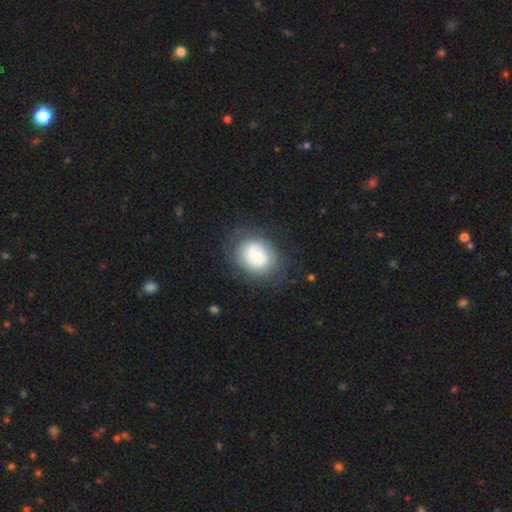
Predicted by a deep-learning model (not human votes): Overall: smooth (56%; featured or disk 35%). How rounded: round (59%; in between 40%). Merging: none (74%).